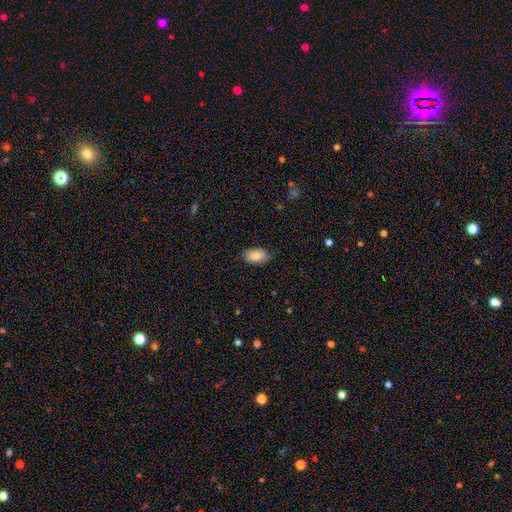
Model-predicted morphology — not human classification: smooth_or_featured: smooth (p=0.79) [alt: featured or disk p=0.14]
how_rounded: in between (p=0.92) [alt: round p=0.06]
merging: none (p=0.84) [alt: minor disturbance p=0.12]